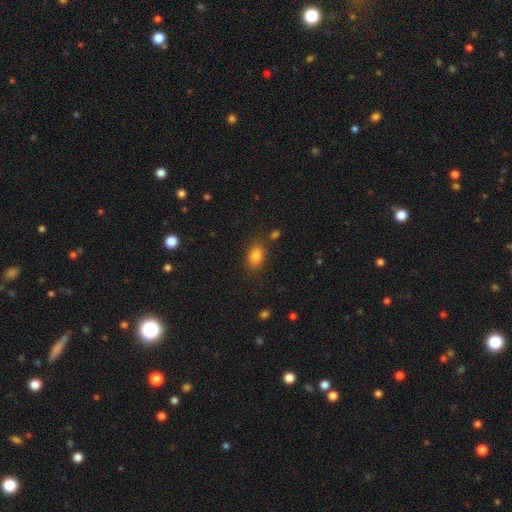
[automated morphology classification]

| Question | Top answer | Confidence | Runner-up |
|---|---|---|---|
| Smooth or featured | smooth | 84% | star or artifact (10%) |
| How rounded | in between | 83% | round (15%) |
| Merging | none | 82% | minor disturbance (11%) |